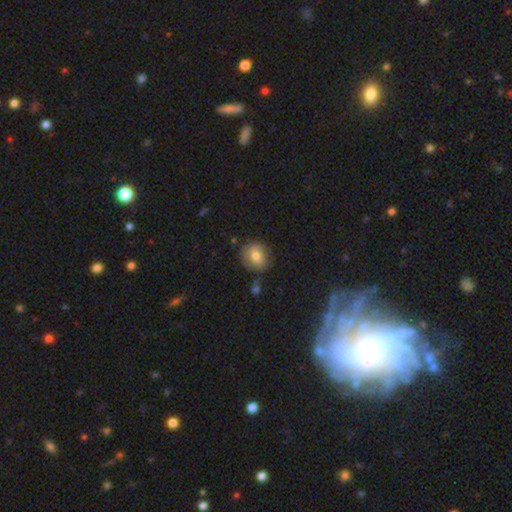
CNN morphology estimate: The model was most divided on "how rounded": round: 75%, in between: 24%, cigar-shaped: 1%. More confident: smooth or featured — smooth (76%); merging — none (75%).